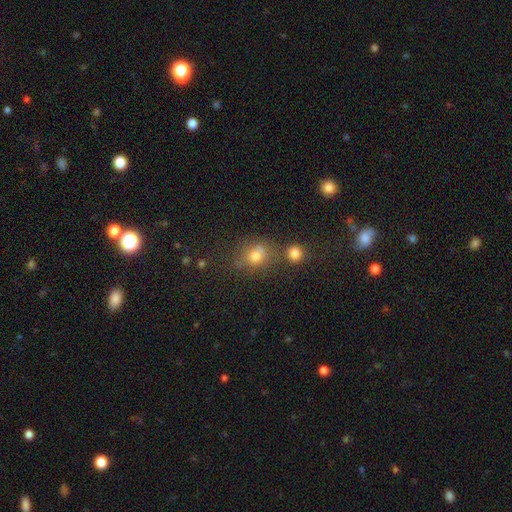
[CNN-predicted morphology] This appears to be a smooth galaxy with no disk features (71%) that is round (62%). Merging: none (54%).